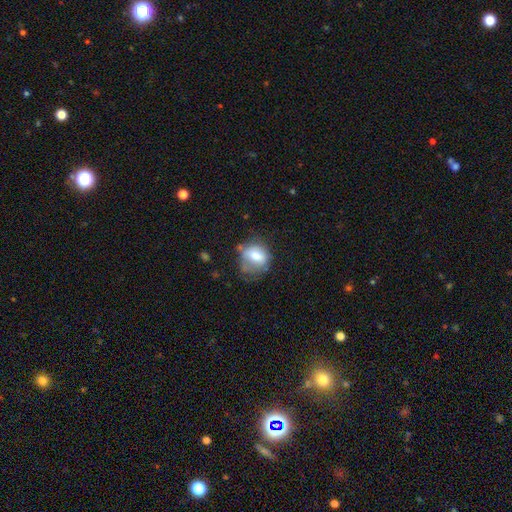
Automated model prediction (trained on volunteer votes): Smooth or featured? smooth (68%)
How rounded? round (54%)
Merging? none (45%)